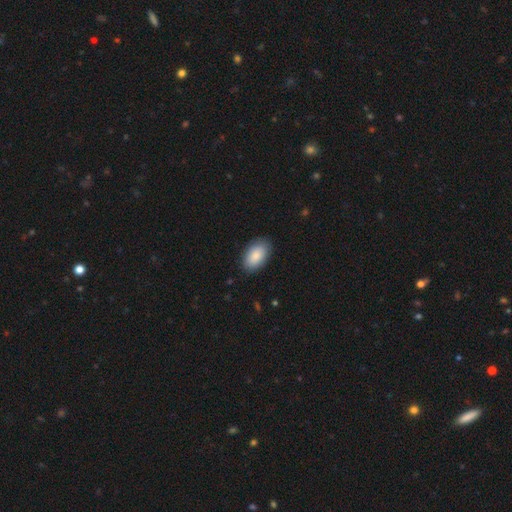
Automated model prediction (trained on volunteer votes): This appears to be a smooth galaxy with no disk features (88%) that is in between round and cigar-shaped (94%). Merging: none (87%).